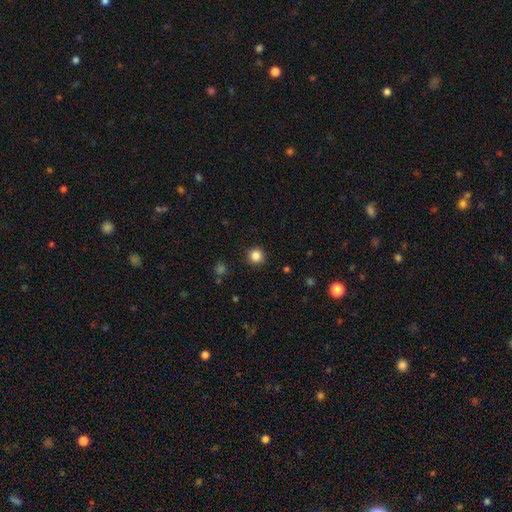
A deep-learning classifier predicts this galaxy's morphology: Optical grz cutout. It shows a smooth galaxy with no disk features (85%) that is round (94%). Merging: none (91%).